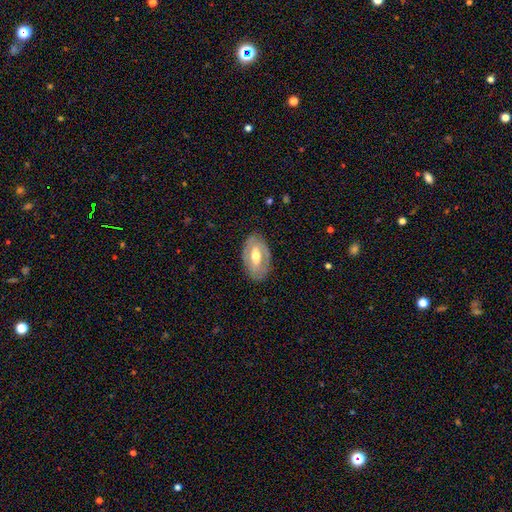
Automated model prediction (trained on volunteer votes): A featured or disk galaxy (62%) with a weak bar (39%), no spiral arms (53%) and a moderate central bulge (71%). Merging: none (80%).